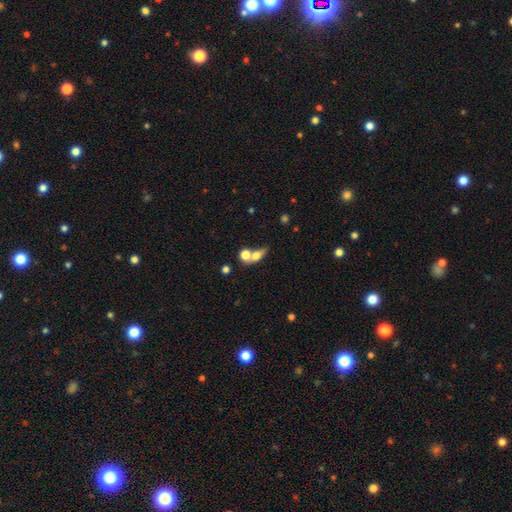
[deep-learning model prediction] Smooth or featured? Predicted: smooth (p=0.66). How rounded? Predicted: in between (p=0.56). Merging? Predicted: merger (p=0.51).